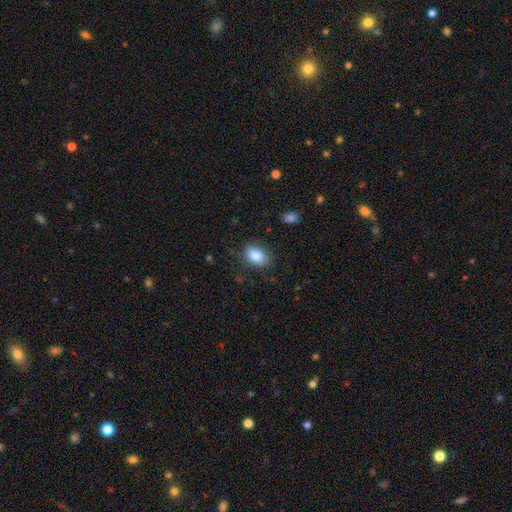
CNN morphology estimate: Smooth or featured: smooth — 85% (star or artifact — 8%)
How rounded: in between — 80% (round — 19%)
Merging: none — 79% (minor disturbance — 15%)